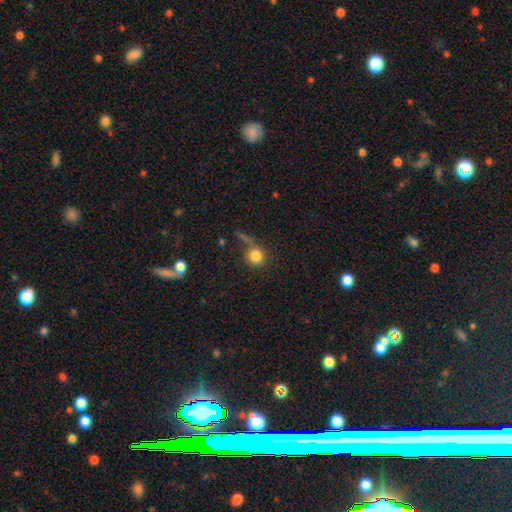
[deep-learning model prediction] Smooth or featured?
  - smooth: 81% *
  - star or artifact: 11%
  - featured or disk: 8%
How rounded?
  - round: 90% *
  - in between: 9%
  - cigar-shaped: 1%
Merging?
  - none: 59% *
  - minor disturbance: 15%
  - merger: 14%
  - major disturbance: 12%